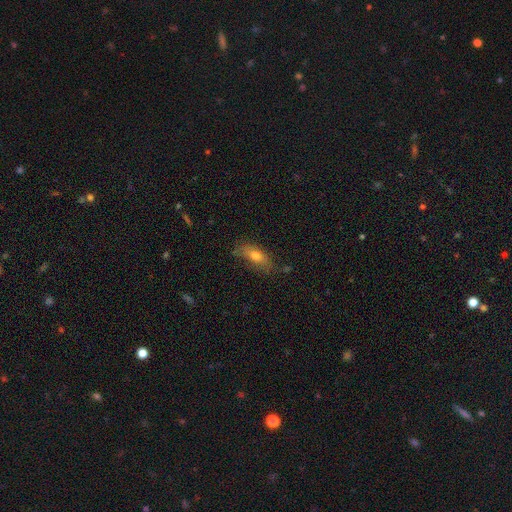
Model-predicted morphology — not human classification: The model was most divided on "merging": none: 64%, minor disturbance: 26%, major disturbance: 7%, merger: 3%. More confident: how rounded — in between (75%); smooth or featured — smooth (71%).